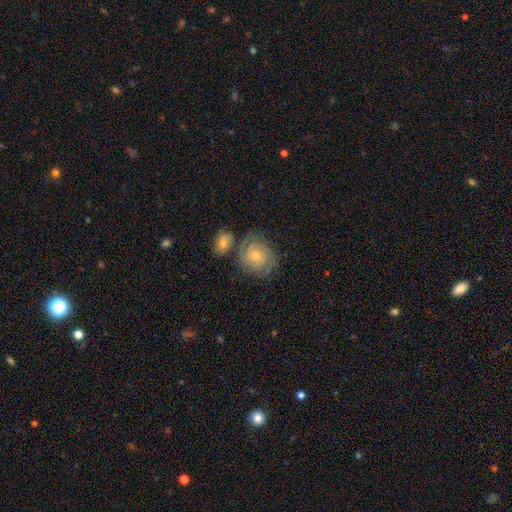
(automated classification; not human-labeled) Smooth or featured?
  - featured or disk: 68% *
  - smooth: 22%
  - star or artifact: 9%
Edge-on disk?
  - no: 97% *
  - yes: 3%
Bar?
  - no: 78% *
  - weak: 19%
  - strong: 3%
Spiral arms?
  - yes: 91% *
  - no: 9%
Spiral winding?
  - tight: 70% *
  - medium: 24%
  - loose: 6%
Spiral arm count?
  - 2: 37% *
  - can't tell: 34%
  - 3: 15%
  - 4: 6%
  - 1: 5%
  - more than 4: 4%
Bulge size?
  - small: 57% *
  - moderate: 37%
  - large: 2%
  - none: 2%
  - dominant: 1%
Merging?
  - none: 65% *
  - minor disturbance: 16%
  - merger: 13%
  - major disturbance: 6%